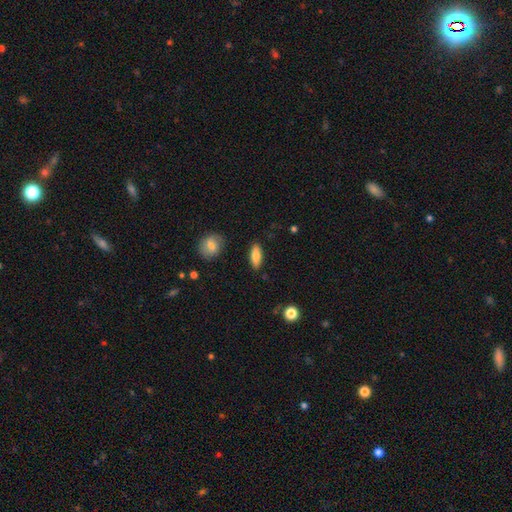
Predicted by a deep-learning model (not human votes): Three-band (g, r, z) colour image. It shows a smooth galaxy with no disk features (79%) that is in between round and cigar-shaped (68%). Merging: none (88%).